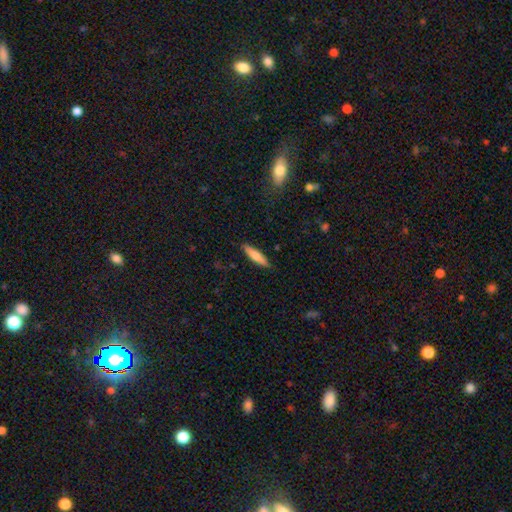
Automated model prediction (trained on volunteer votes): A smooth galaxy with no disk features (73%) that is cigar-shaped (80%). Merging: none (88%).